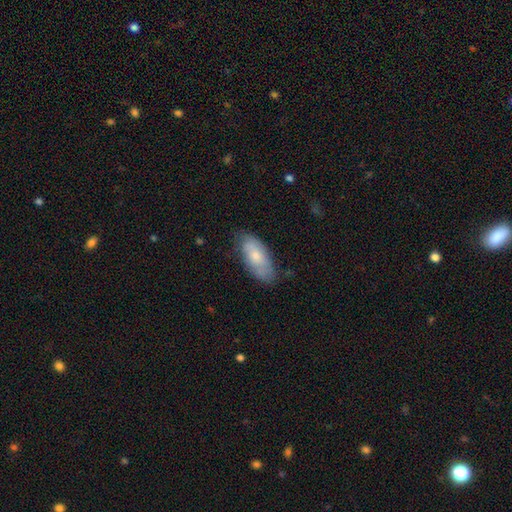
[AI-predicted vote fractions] Overall: smooth (66%; featured or disk 28%). How rounded: in between (87%). Merging: none (68%).